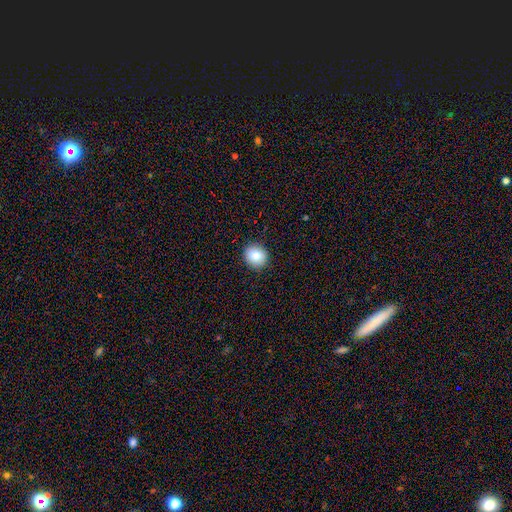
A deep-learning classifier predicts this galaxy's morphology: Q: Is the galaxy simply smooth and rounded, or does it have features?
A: smooth — 85%.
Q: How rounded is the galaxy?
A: round — 79%.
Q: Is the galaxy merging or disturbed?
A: none — 91%.